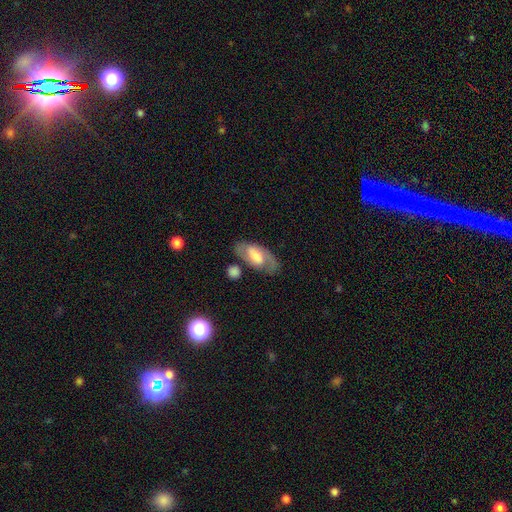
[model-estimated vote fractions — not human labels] This appears to be a featured or disk galaxy (60%) with a weak bar (42%), spiral arms (72%) and a moderate central bulge (37%, tied with large). Merging: none (72%).